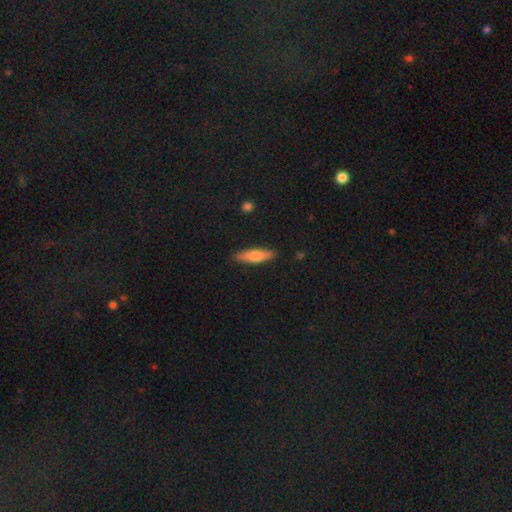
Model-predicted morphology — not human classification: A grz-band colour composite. It shows a smooth galaxy with no disk features (67%) that is cigar-shaped (65%). Merging: none (88%).